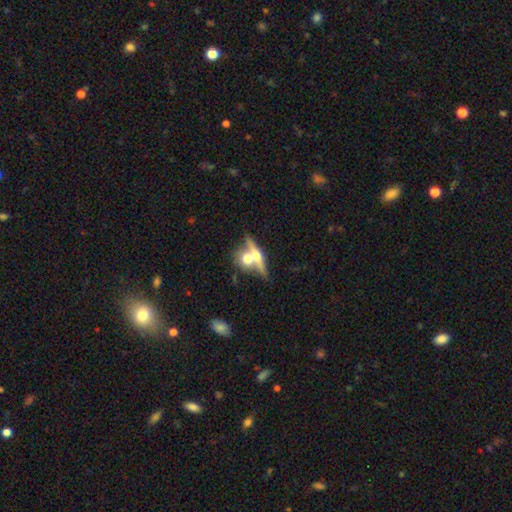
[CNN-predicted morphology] This appears to be a featured or disk galaxy (55%) viewed edge-on (79%). Merging: merger (51%).